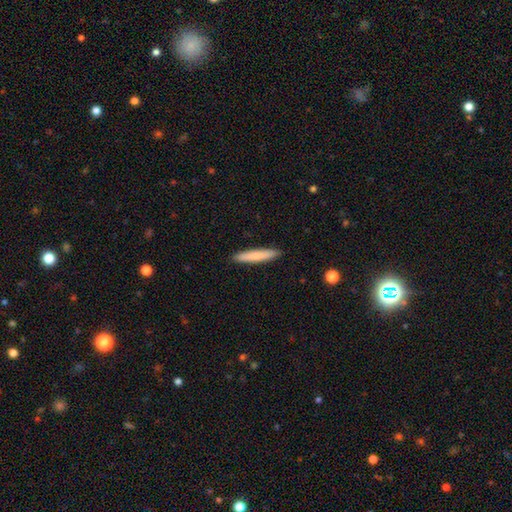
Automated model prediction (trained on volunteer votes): This appears to be a smooth galaxy with no disk features (79%) that is cigar-shaped (94%). Merging: none (92%).